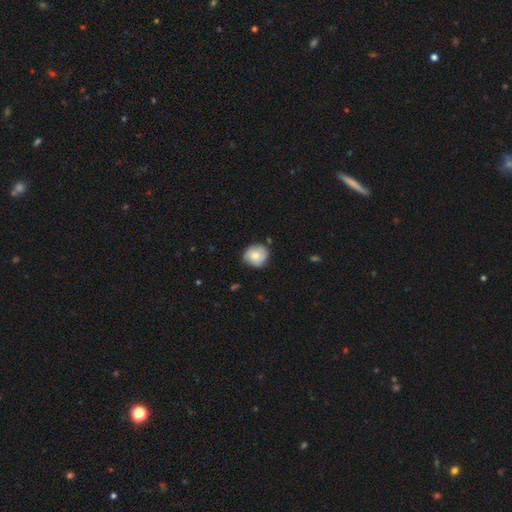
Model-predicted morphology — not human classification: The model was most divided on "merging": none: 70%, minor disturbance: 24%, major disturbance: 4%, merger: 2%. More confident: how rounded — round (85%); smooth or featured — smooth (70%).